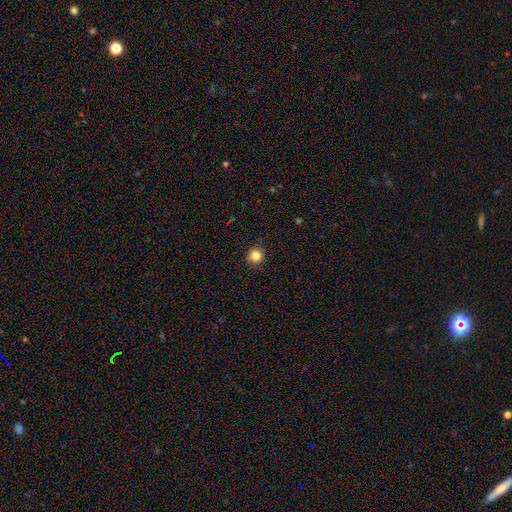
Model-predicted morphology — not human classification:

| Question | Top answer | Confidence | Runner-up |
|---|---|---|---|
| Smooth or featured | smooth | 84% | star or artifact (12%) |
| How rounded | round | 94% | in between (5%) |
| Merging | none | 91% | minor disturbance (6%) |